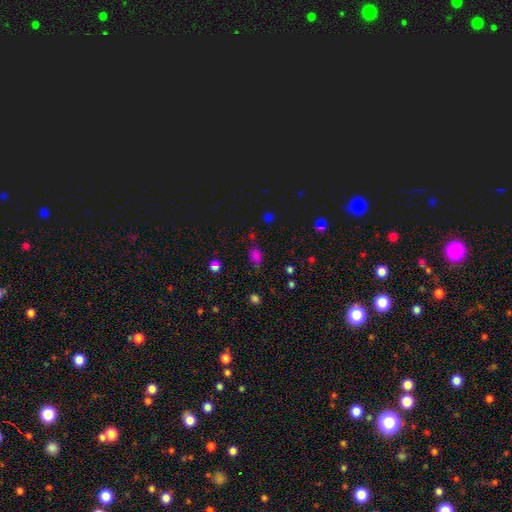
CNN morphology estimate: This is likely a smooth galaxy (69%). How rounded: likely in between (75%). Merging: likely none (61%).